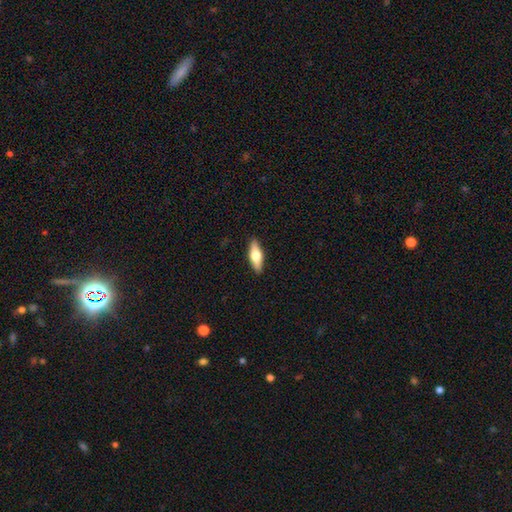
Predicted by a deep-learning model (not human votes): This appears to be a smooth galaxy with no disk features (53%) that is in between round and cigar-shaped (57%). Merging: none (90%).